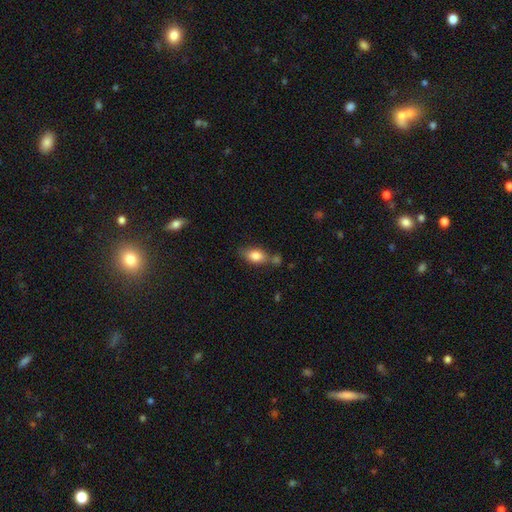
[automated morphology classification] Overall: smooth (80%). How rounded: in between (84%). Merging: none (60%).